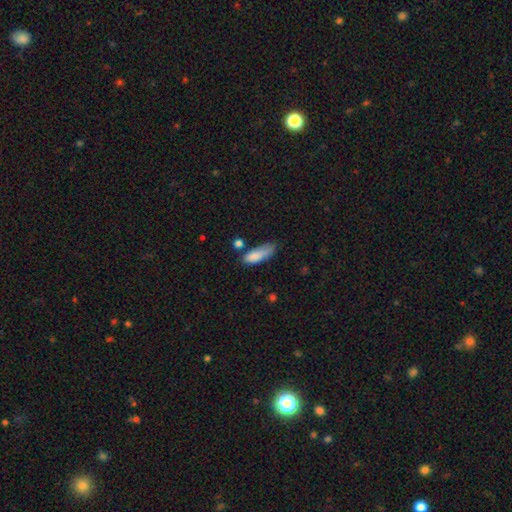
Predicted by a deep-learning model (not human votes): smooth-or-featured: smooth: 83% | featured or disk: 9% | star or artifact: 8%
  how-rounded: in between: 62% | cigar-shaped: 36% | round: 2%
  merging: none: 40% | minor disturbance: 36% | major disturbance: 16% | merger: 8%